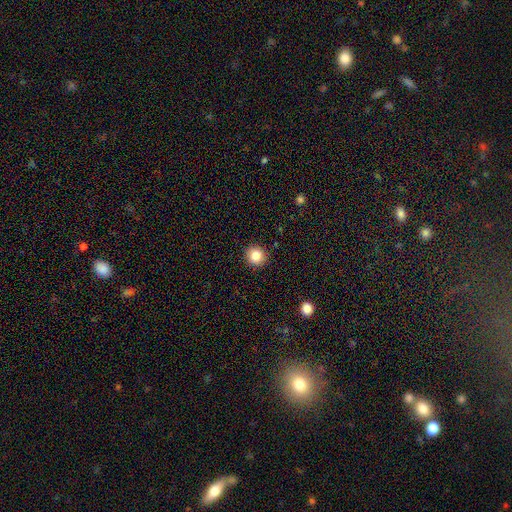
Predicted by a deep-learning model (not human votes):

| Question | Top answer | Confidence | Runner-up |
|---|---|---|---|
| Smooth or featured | smooth | 84% | star or artifact (10%) |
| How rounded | round | 93% | in between (6%) |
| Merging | none | 92% | minor disturbance (5%) |